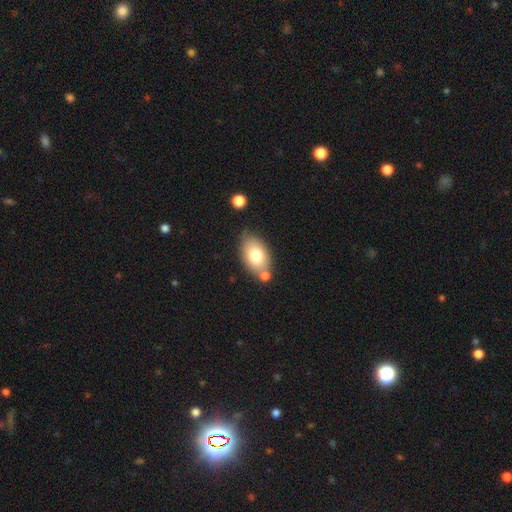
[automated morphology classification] This appears to be a smooth galaxy with no disk features (75%) that is in between round and cigar-shaped (87%). Merging: none (63%).